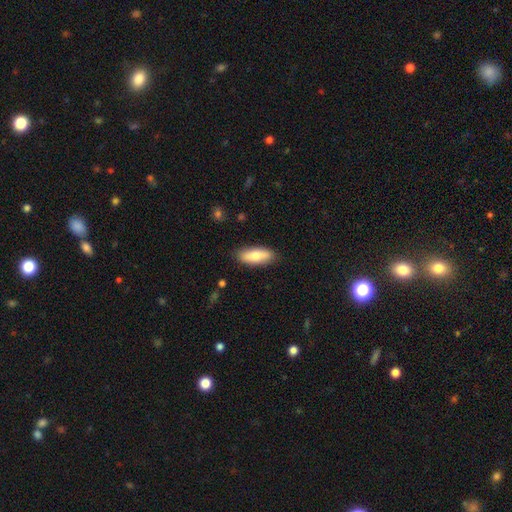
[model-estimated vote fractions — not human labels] Morphology: type=smooth (76%); roundness=in between (68%); merging=none (86%).